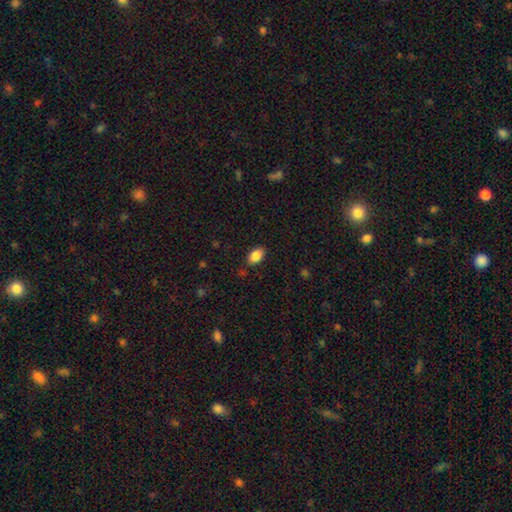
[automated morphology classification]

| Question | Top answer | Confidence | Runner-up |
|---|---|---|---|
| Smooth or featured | smooth | 86% | star or artifact (8%) |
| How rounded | in between | 90% | round (8%) |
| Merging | none | 85% | minor disturbance (11%) |